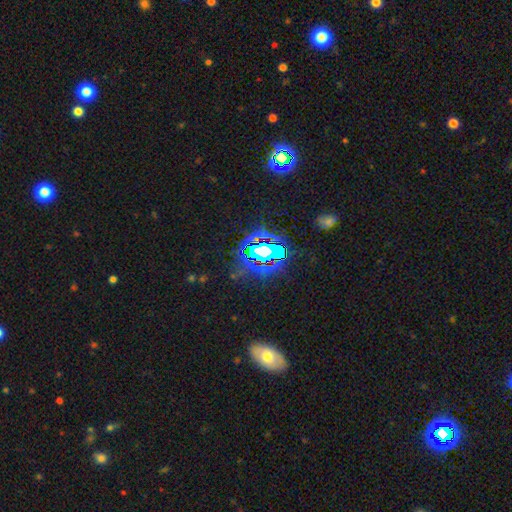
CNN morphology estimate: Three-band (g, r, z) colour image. It shows a star or artifact, not a galaxy (73%).